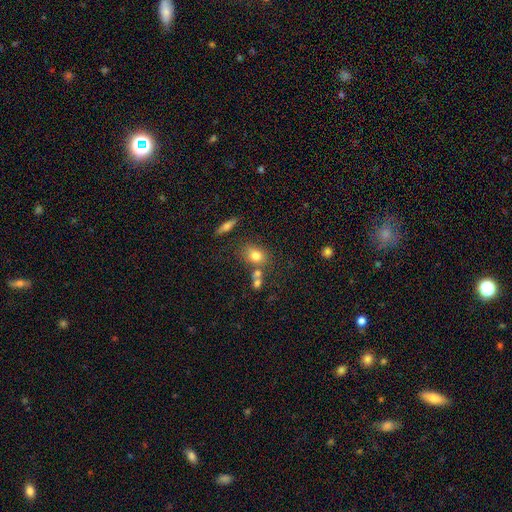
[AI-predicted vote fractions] Overall: smooth (76%). How rounded: in between (56%; round 42%). Merging: none (58%; merger 22%).